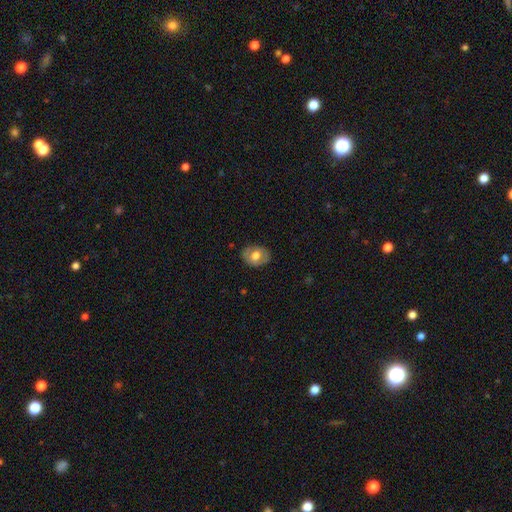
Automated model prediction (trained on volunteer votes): smooth_or_featured: smooth (p=0.58) [alt: featured or disk p=0.35]
how_rounded: in between (p=0.60) [alt: round p=0.39]
merging: none (p=0.80) [alt: minor disturbance p=0.15]